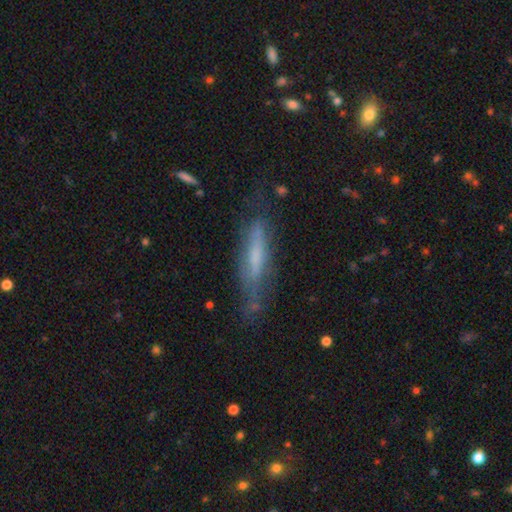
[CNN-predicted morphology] Smooth or featured? Predicted: featured or disk (p=0.51). Edge-on disk? Predicted: yes (p=0.70). Merging? Predicted: none (p=0.62).